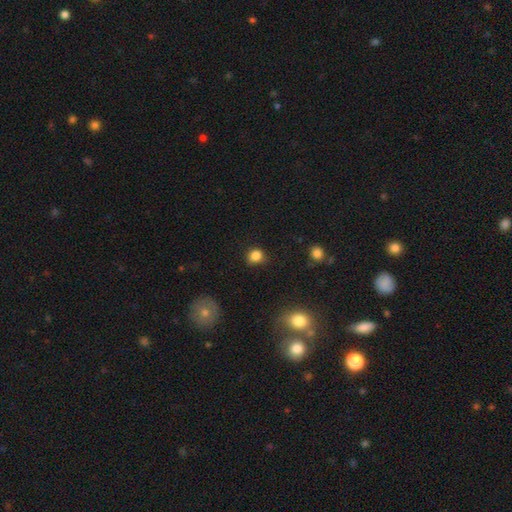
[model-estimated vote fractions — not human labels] Q: Smooth or featured?
A: smooth (83%); runner-up: star or artifact (12%)
Q: How rounded?
A: round (78%); runner-up: in between (21%)
Q: Merging?
A: none (76%); runner-up: minor disturbance (17%)